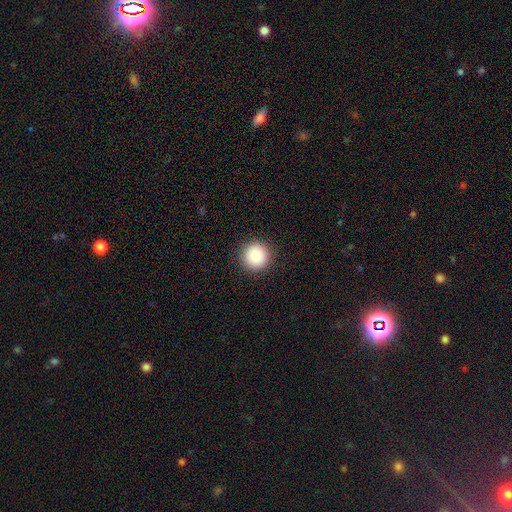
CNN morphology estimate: Overall: smooth (88%). How rounded: round (96%). Merging: none (92%).